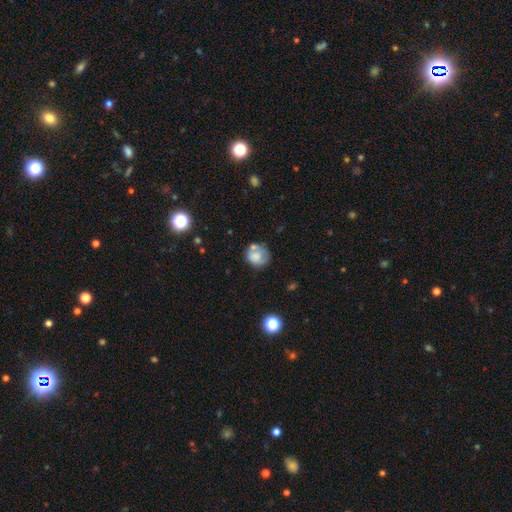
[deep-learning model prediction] Morphology: type=smooth (68%); roundness=round (77%); merging=none (51%).